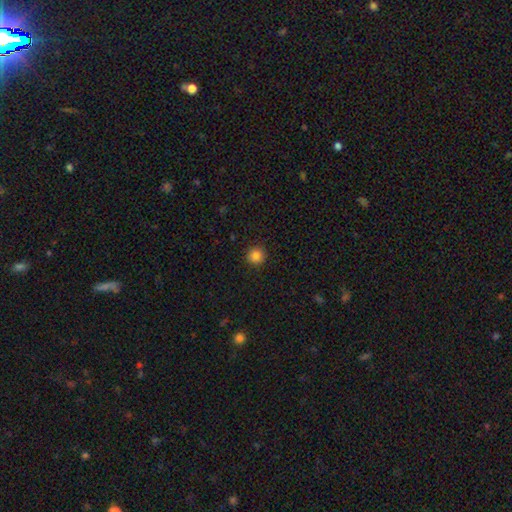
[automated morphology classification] Smooth or featured?
  - smooth: 85% *
  - star or artifact: 11%
  - featured or disk: 4%
How rounded?
  - round: 94% *
  - in between: 5%
  - cigar-shaped: 1%
Merging?
  - none: 91% *
  - minor disturbance: 6%
  - major disturbance: 2%
  - merger: 1%